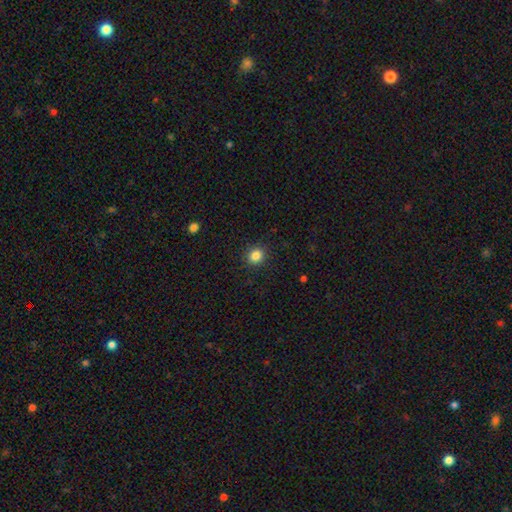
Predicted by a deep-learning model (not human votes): Overall: smooth (85%). How rounded: round (83%). Merging: none (90%).